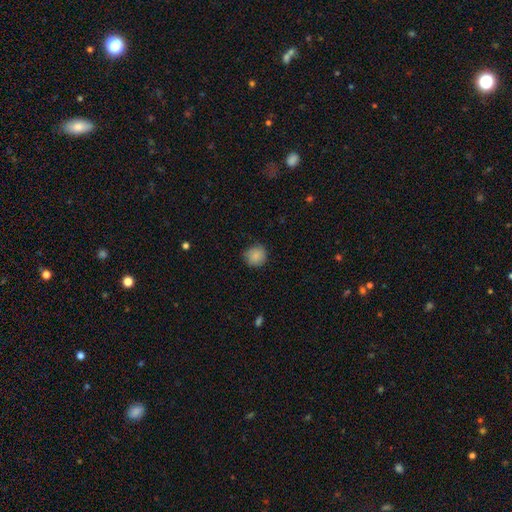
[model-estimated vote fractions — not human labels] smooth 86%, star or artifact 8%, featured or disk 5%. Down the decision tree: how rounded — round (90%); merging — none (81%).